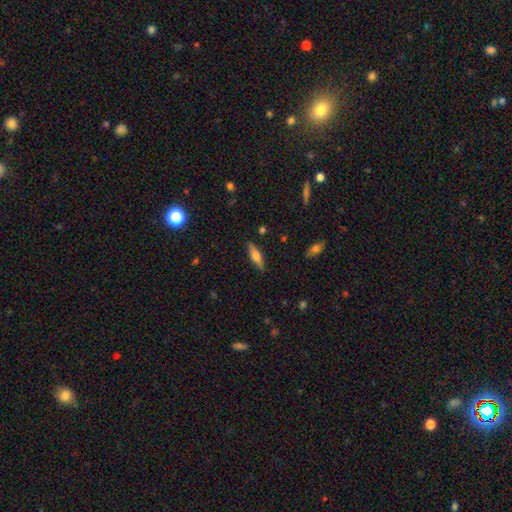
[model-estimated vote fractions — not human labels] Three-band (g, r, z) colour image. It shows a smooth galaxy with no disk features (56%) that is cigar-shaped (60%). Merging: none (86%).